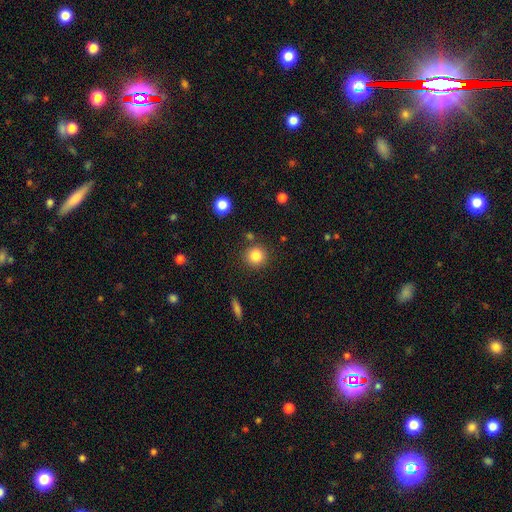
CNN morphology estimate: smooth 85%, star or artifact 10%, featured or disk 5%. Down the decision tree: how rounded — round (90%); merging — none (85%).